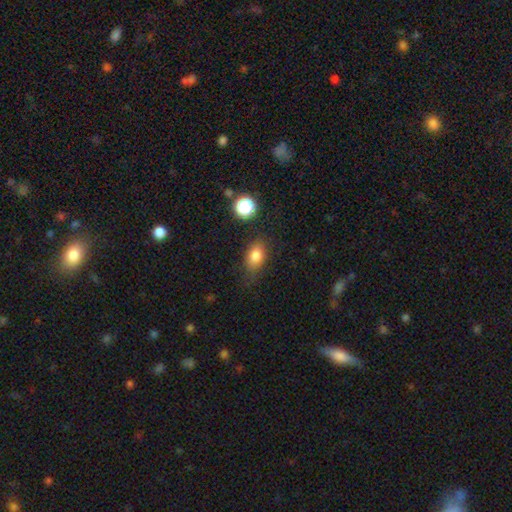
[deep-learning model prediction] A smooth galaxy with no disk features (81%) that is in between round and cigar-shaped (78%). Merging: none (75%).